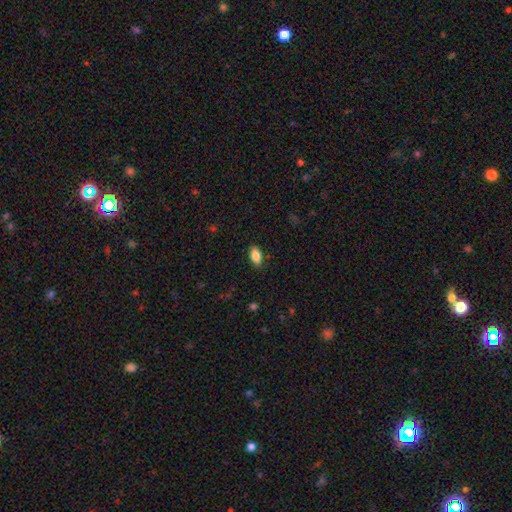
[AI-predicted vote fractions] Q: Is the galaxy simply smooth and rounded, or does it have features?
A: smooth — 86%.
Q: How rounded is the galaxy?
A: in between — 92%.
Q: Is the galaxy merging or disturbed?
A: none — 87%.